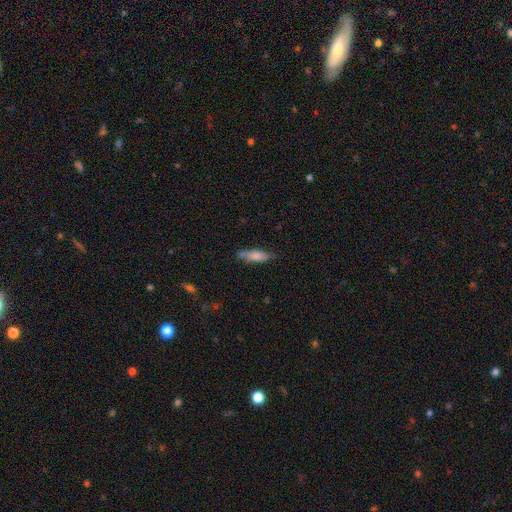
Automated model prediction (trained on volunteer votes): The model was most divided on "how rounded": cigar-shaped: 60%, in between: 38%, round: 2%. More confident: smooth or featured — smooth (73%); merging — none (70%).